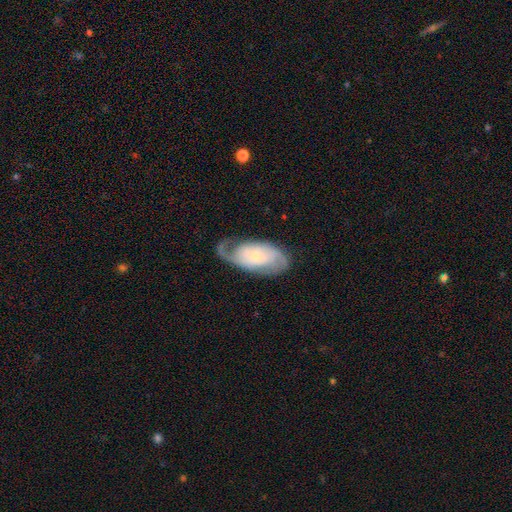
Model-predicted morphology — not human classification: Smooth or featured?
  - featured or disk: 77% *
  - smooth: 17%
  - star or artifact: 5%
Edge-on disk?
  - no: 94% *
  - yes: 6%
Bar?
  - no: 70% *
  - weak: 24%
  - strong: 6%
Spiral arms?
  - yes: 92% *
  - no: 8%
Spiral winding?
  - medium: 40% *
  - tight: 37%
  - loose: 23%
Spiral arm count?
  - 2: 67% *
  - can't tell: 15%
  - 1: 11%
  - 3: 4%
  - 4: 2%
  - more than 4: 2%
Bulge size?
  - small: 68% *
  - moderate: 25%
  - large: 3%
  - none: 3%
  - dominant: 1%
Merging?
  - none: 62% *
  - minor disturbance: 22%
  - major disturbance: 15%
  - merger: 2%